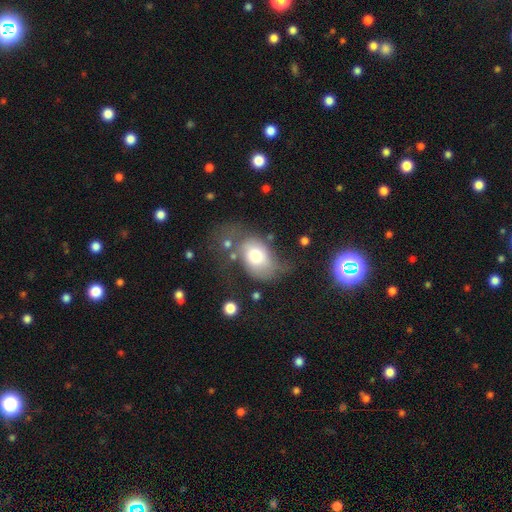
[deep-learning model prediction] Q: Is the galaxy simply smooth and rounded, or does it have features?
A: smooth — 62%.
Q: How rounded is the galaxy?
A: in between — 76%.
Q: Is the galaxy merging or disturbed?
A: none — 36%.